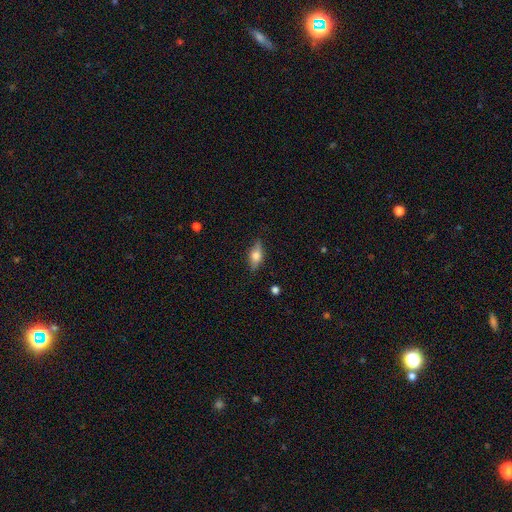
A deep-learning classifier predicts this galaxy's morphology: A smooth galaxy with no disk features (54%) that is in between round and cigar-shaped (71%). Merging: none (82%).